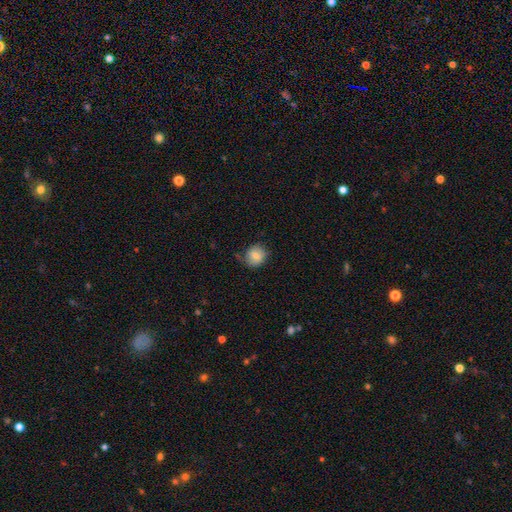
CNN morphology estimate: smooth_or_featured: smooth (p=0.77) [alt: featured or disk p=0.15]
how_rounded: round (p=0.79) [alt: in between p=0.20]
merging: none (p=0.69) [alt: minor disturbance p=0.23]